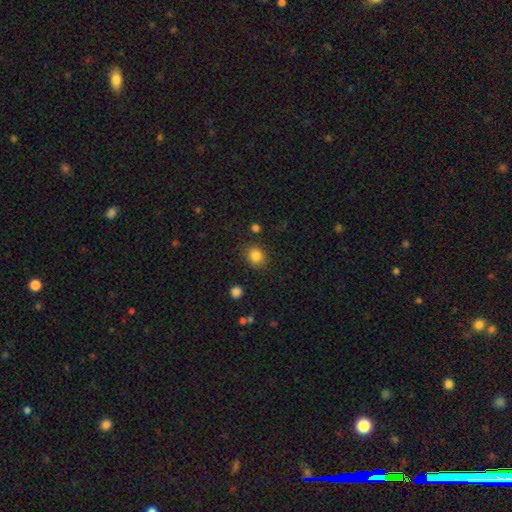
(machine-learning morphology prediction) smooth 84%, star or artifact 11%, featured or disk 5%. Down the decision tree: how rounded — round (72%); merging — none (84%).